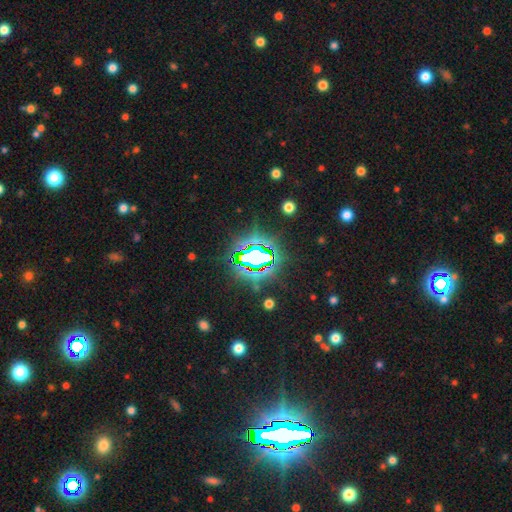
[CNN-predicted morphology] smooth_or_featured: star or artifact (p=0.73) [alt: smooth p=0.16]